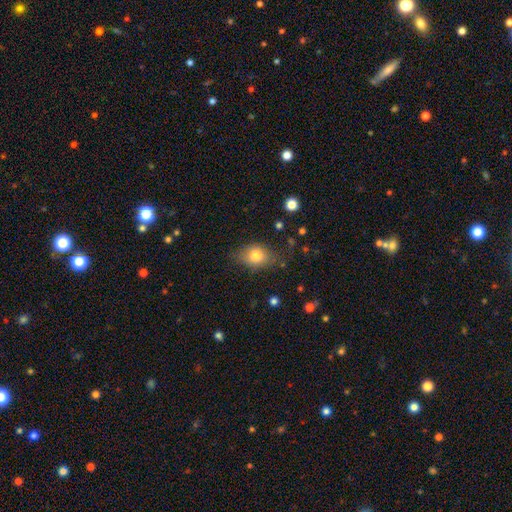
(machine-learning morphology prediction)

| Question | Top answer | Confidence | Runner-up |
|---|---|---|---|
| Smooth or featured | smooth | 78% | featured or disk (12%) |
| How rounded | in between | 65% | round (33%) |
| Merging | none | 67% | minor disturbance (24%) |